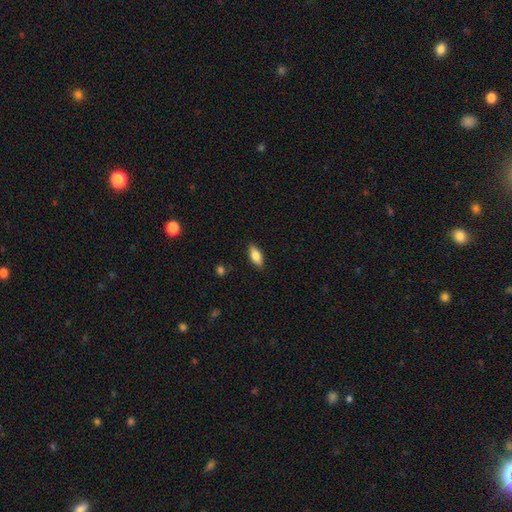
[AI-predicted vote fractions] Morphology: type=smooth (77%); roundness=in between (81%); merging=none (87%).